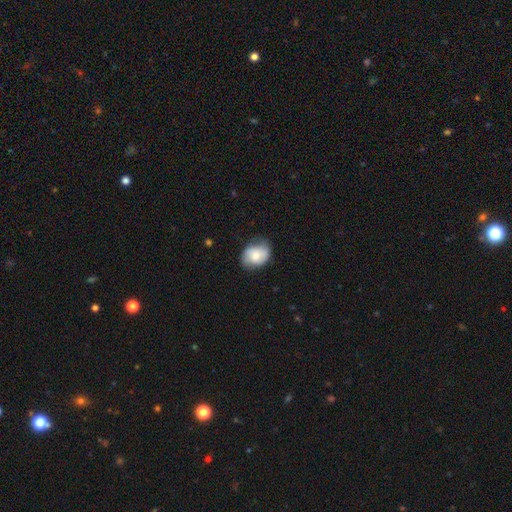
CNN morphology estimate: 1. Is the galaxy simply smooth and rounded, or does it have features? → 57% smooth, 36% featured or disk, 7% star or artifact.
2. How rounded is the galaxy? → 65% in between, 34% round, 1% cigar-shaped.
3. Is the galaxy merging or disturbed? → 67% none, 25% minor disturbance, 6% major disturbance, 1% merger.